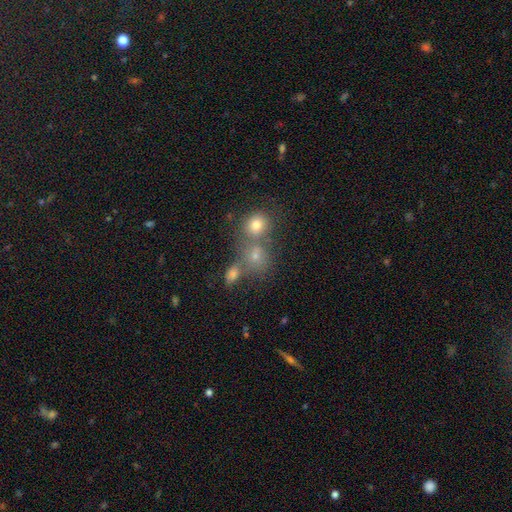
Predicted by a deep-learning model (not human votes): This appears to be a smooth galaxy with no disk features (70%) that is round (69%). Merging: merger (47%).